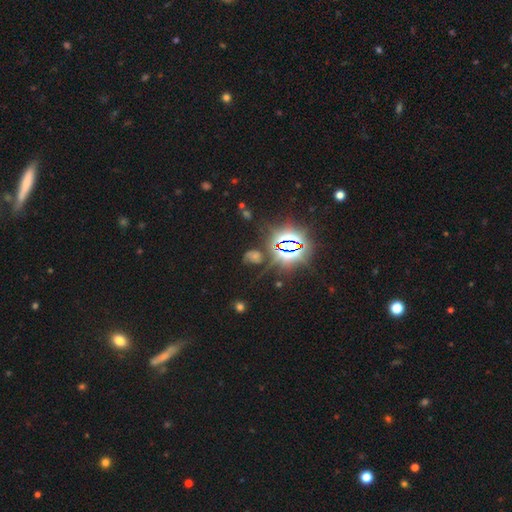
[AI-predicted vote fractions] Smooth or featured?
  - star or artifact: 77% *
  - smooth: 14%
  - featured or disk: 9%